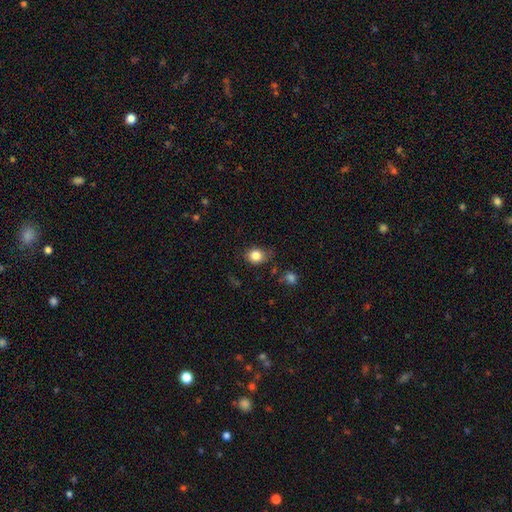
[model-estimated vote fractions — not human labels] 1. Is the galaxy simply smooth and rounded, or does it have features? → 83% smooth, 10% star or artifact, 6% featured or disk.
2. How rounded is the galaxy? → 65% round, 34% in between, 1% cigar-shaped.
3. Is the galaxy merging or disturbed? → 70% none, 22% minor disturbance, 6% major disturbance, 3% merger.